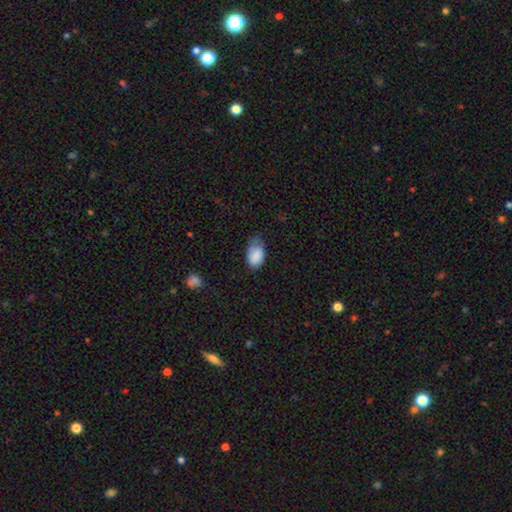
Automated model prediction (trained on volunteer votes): Q: Smooth or featured?
A: smooth (87%); runner-up: star or artifact (7%)
Q: How rounded?
A: in between (93%); runner-up: round (6%)
Q: Merging?
A: none (46%); runner-up: minor disturbance (41%)